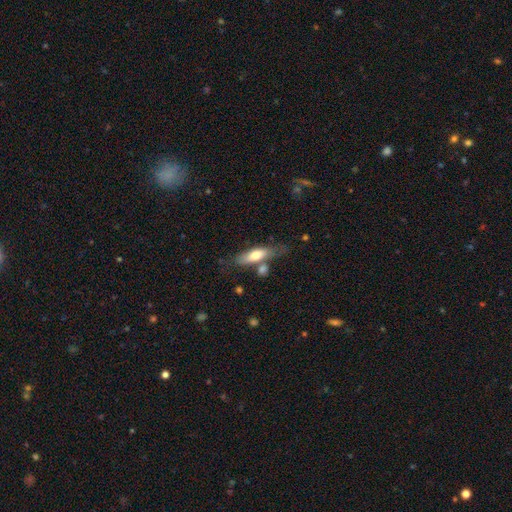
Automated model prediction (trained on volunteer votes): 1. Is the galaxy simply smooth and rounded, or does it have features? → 65% smooth, 29% featured or disk, 6% star or artifact.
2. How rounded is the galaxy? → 51% in between, 47% cigar-shaped, 2% round.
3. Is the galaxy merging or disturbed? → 52% none, 20% merger, 20% minor disturbance, 8% major disturbance.